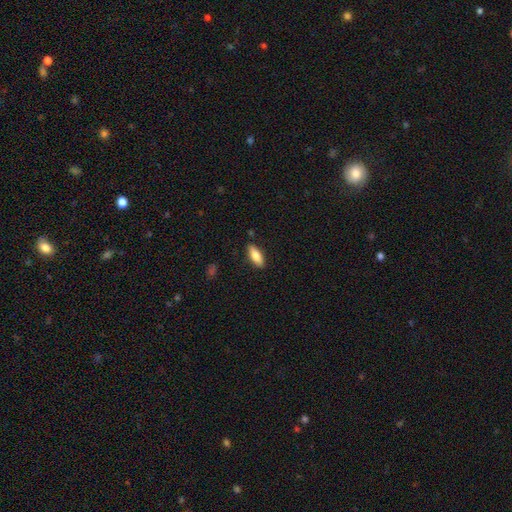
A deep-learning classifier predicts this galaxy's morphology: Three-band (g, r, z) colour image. It shows a smooth galaxy with no disk features (78%) that is in between round and cigar-shaped (70%). Merging: none (86%).